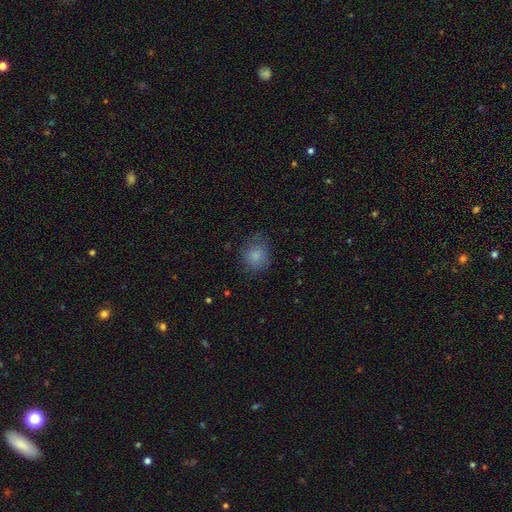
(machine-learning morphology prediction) smooth_or_featured: smooth (p=0.83) [alt: star or artifact p=0.10]
how_rounded: round (p=0.79) [alt: in between p=0.20]
merging: none (p=0.72) [alt: minor disturbance p=0.20]